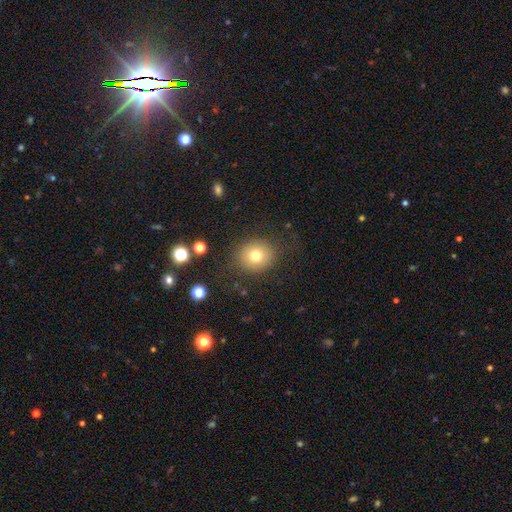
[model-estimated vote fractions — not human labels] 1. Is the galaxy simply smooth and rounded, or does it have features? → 75% smooth, 13% featured or disk, 12% star or artifact.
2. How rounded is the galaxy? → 79% round, 20% in between, 1% cigar-shaped.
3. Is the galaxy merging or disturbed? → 81% none, 12% minor disturbance, 6% major disturbance, 2% merger.